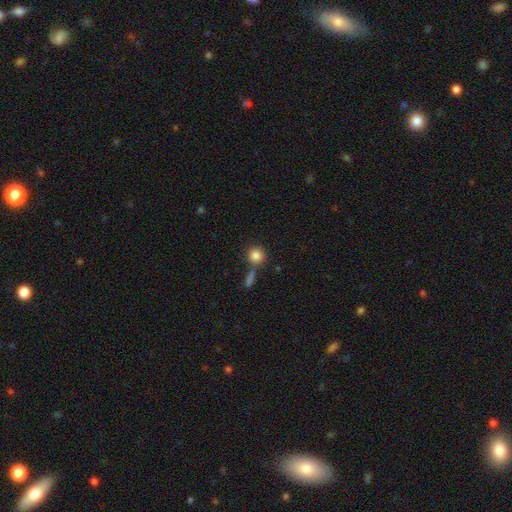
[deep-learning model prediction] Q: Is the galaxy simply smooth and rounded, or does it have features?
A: smooth — 84%.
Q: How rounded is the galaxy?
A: round — 91%.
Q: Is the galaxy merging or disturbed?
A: none — 67%.